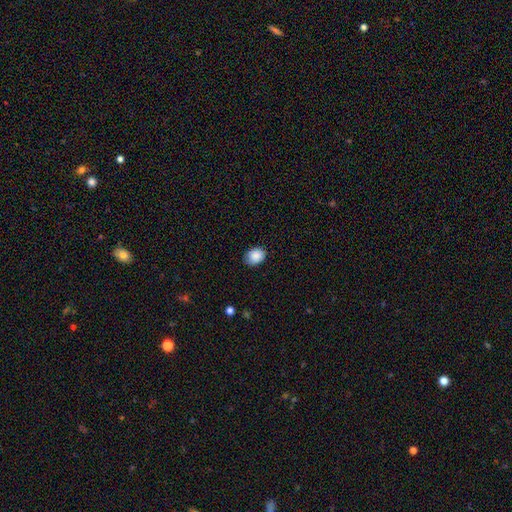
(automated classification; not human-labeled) Smooth or featured: smooth — 89% (star or artifact — 8%)
How rounded: in between — 65% (round — 34%)
Merging: none — 80% (minor disturbance — 16%)